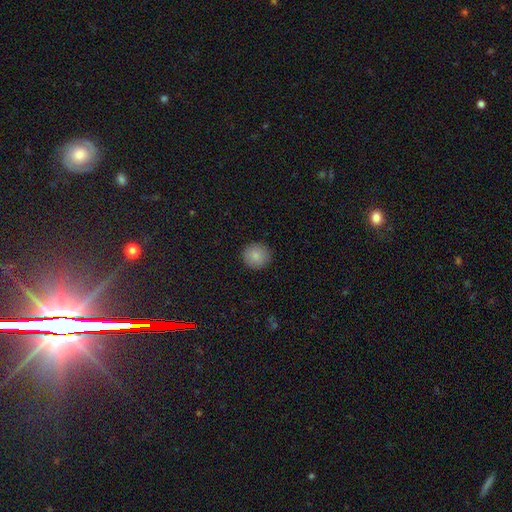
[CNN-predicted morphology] smooth 86%, star or artifact 8%, featured or disk 6%. Down the decision tree: how rounded — round (93%); merging — none (91%).